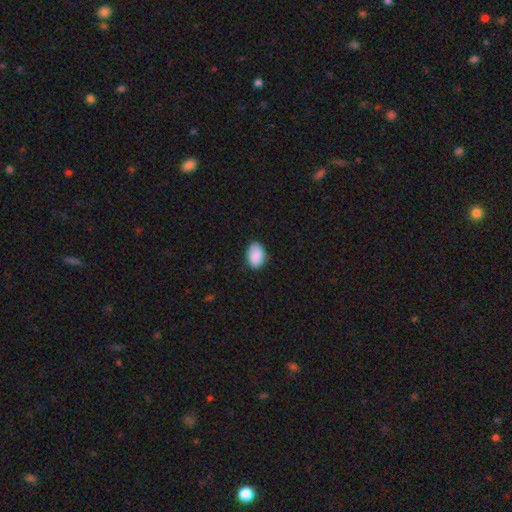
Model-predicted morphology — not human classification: smooth 90%, star or artifact 6%, featured or disk 3%. Down the decision tree: how rounded — in between (88%); merging — none (82%).